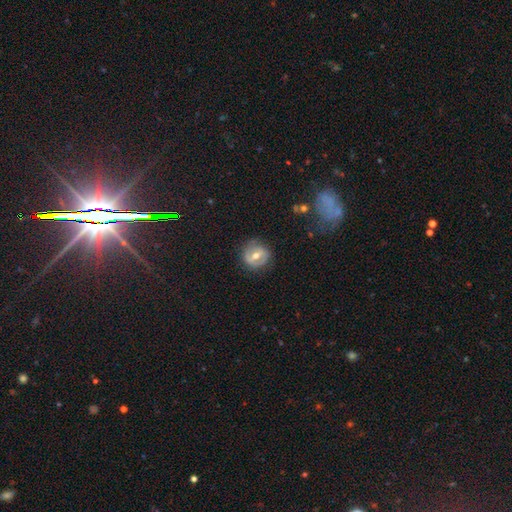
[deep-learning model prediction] A featured or disk galaxy (56%) with a weak bar (44%), no spiral arms (53%) and a moderate central bulge (77%). Merging: none (79%).